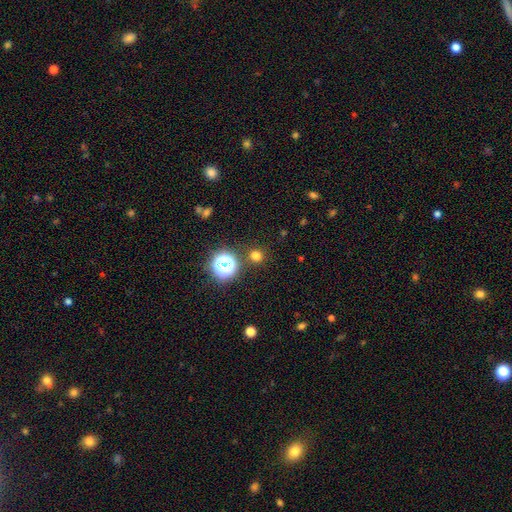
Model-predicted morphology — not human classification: smooth 72%, star or artifact 23%, featured or disk 5%. Down the decision tree: how rounded — round (93%); merging — none (86%).